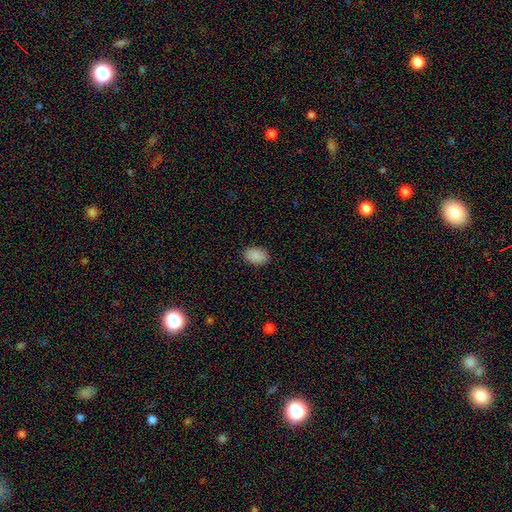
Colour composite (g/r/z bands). It shows a smooth galaxy with no disk features (89%) that is in between round and cigar-shaped (85%). Merging: none (89%).